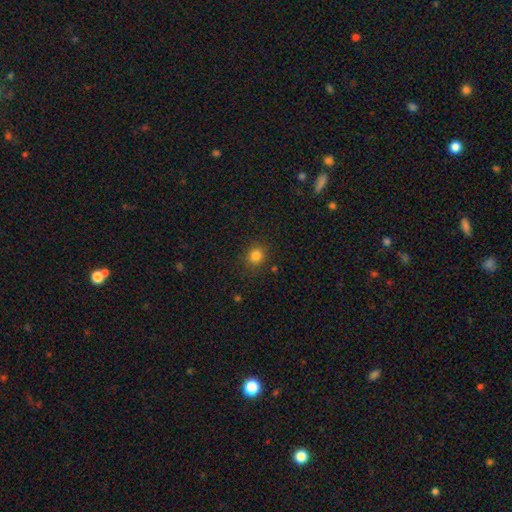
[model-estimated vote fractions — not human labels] Overall: smooth (82%). How rounded: round (85%). Merging: none (87%).